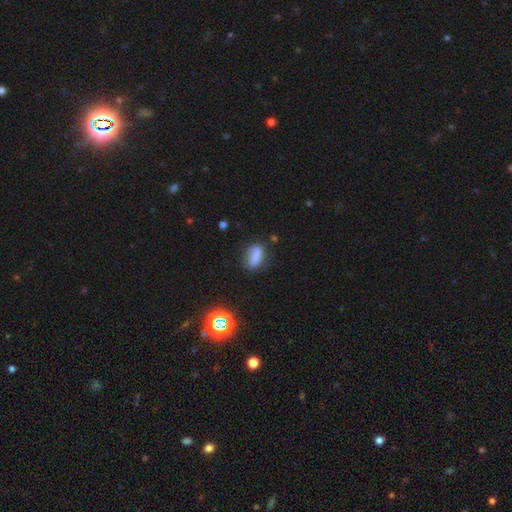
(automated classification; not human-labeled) A smooth galaxy with no disk features (73%) that is in between round and cigar-shaped (76%).

Vote fractions:
- Smooth or featured? smooth: 73% / featured or disk: 14% / star or artifact: 13%
- How rounded? in between: 76% / cigar-shaped: 14% / round: 10%
- Merging? none: 56% / minor disturbance: 26% / major disturbance: 12% / merger: 6%